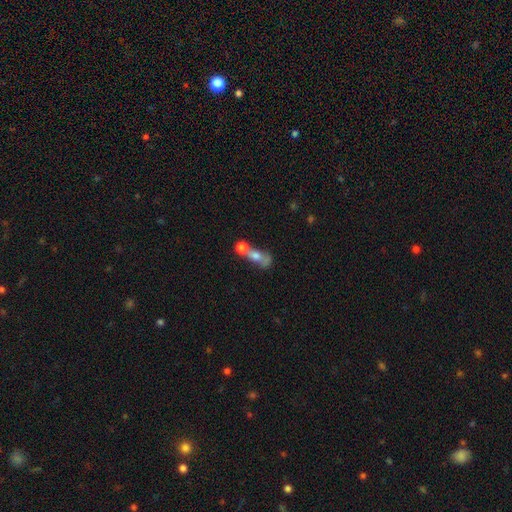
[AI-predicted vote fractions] Smooth or featured? smooth (64%)
How rounded? in between (49%)
Merging? merger (64%)